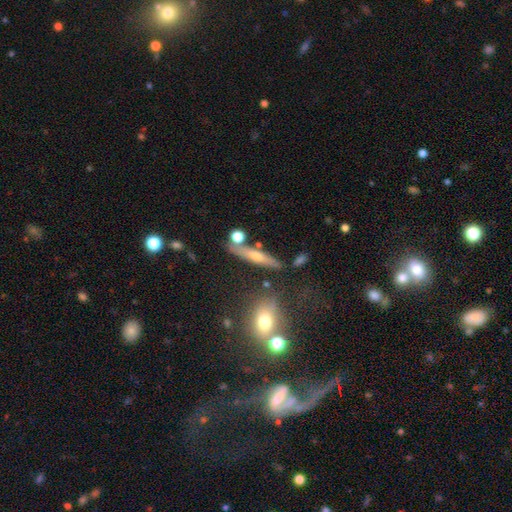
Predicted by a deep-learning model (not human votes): Smooth or featured: featured or disk — 50% (smooth — 38%)
Edge-on disk: yes — 87% (no — 13%)
Merging: none — 73% (minor disturbance — 13%)